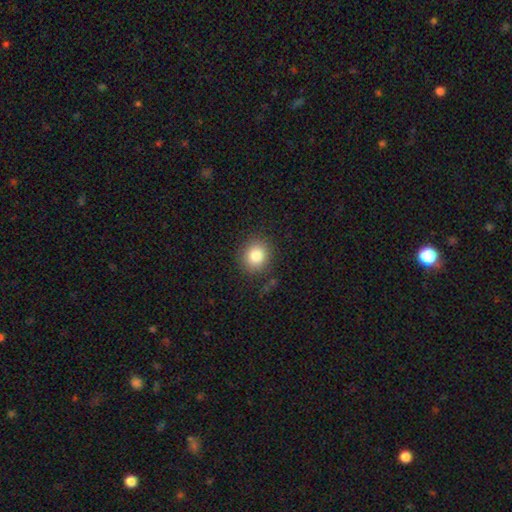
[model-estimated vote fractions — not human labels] A smooth galaxy with no disk features (84%) that is round (84%). Merging: none (85%).